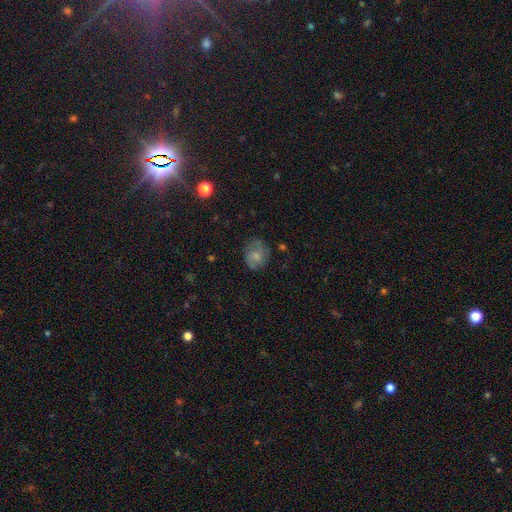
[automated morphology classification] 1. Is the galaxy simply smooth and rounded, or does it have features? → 68% smooth, 23% featured or disk, 10% star or artifact.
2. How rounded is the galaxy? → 64% round, 35% in between, 1% cigar-shaped.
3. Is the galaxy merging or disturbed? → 65% none, 23% minor disturbance, 10% major disturbance, 2% merger.